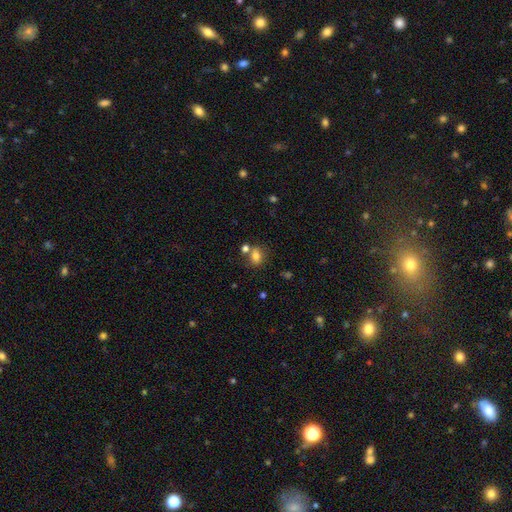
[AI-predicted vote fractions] Q: Smooth or featured?
A: smooth (79%); runner-up: star or artifact (12%)
Q: How rounded?
A: in between (60%); runner-up: round (38%)
Q: Merging?
A: none (61%); runner-up: merger (22%)